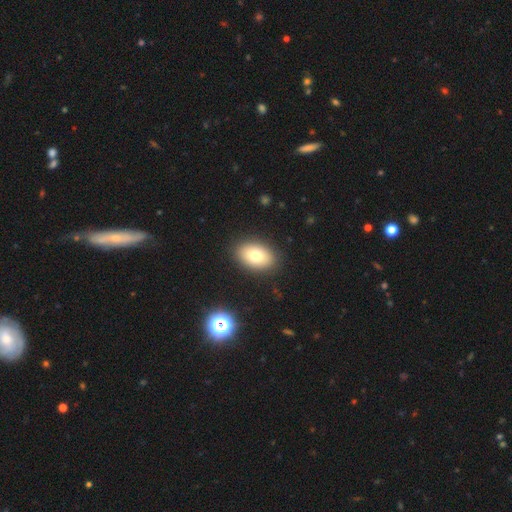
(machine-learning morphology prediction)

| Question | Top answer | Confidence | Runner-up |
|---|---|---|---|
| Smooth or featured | smooth | 77% | featured or disk (14%) |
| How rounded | in between | 87% | round (12%) |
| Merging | none | 88% | minor disturbance (8%) |